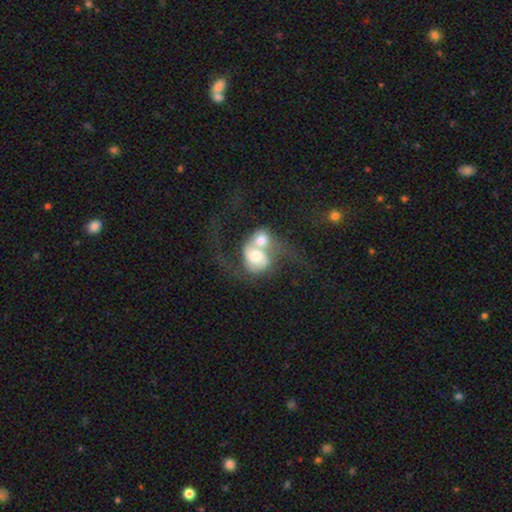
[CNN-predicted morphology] smooth-or-featured: featured or disk: 64% | smooth: 29% | star or artifact: 7%
  disk-edge-on: no: 96% | yes: 4%
    bar: no: 69% | weak: 24% | strong: 7%
    has-spiral-arms: yes: 76% | no: 24%
    bulge-size: moderate: 51% | small: 22% | large: 18% | dominant: 5% | none: 4%
  merging: merger: 76% | major disturbance: 10% | none: 9% | minor disturbance: 5%